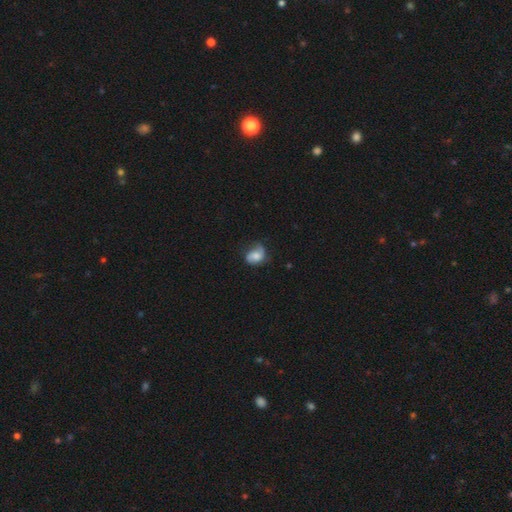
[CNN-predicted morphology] smooth 52%, featured or disk 39%, star or artifact 8%. Down the decision tree: how rounded — in between (58%); merging — none (49%).